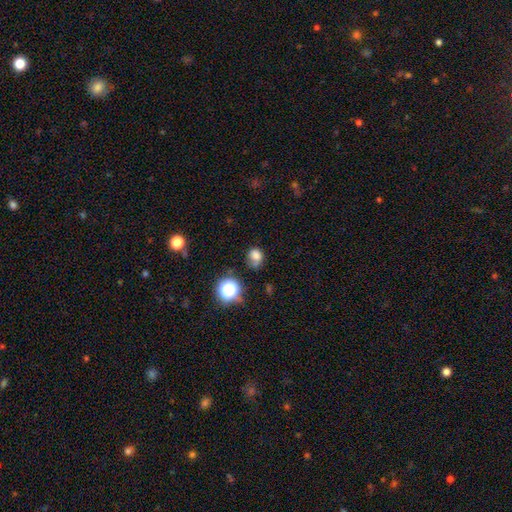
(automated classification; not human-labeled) This appears to be a smooth galaxy with no disk features (74%) that is round (62%). Merging: none (46%).